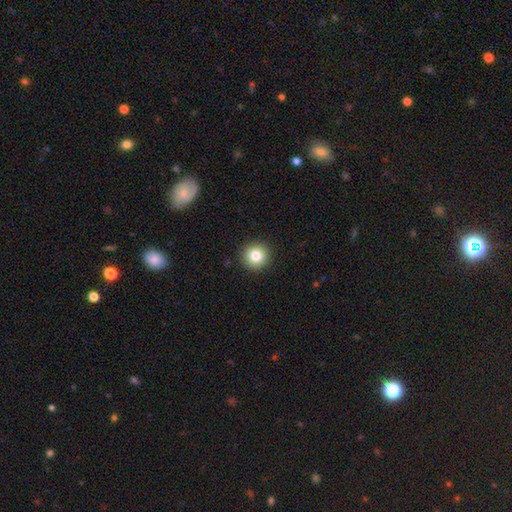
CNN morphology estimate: smooth 82%, star or artifact 11%, featured or disk 8%. Down the decision tree: how rounded — round (95%); merging — none (93%).